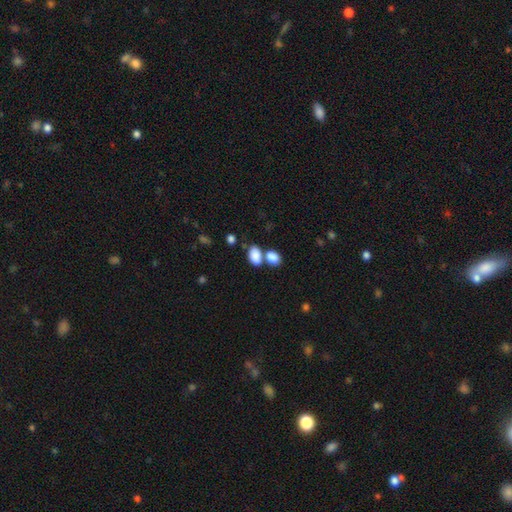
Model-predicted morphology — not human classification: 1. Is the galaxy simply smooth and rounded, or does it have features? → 86% smooth, 8% star or artifact, 6% featured or disk.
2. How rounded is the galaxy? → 88% in between, 11% round, 1% cigar-shaped.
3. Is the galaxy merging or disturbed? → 44% merger, 41% none, 10% minor disturbance, 4% major disturbance.